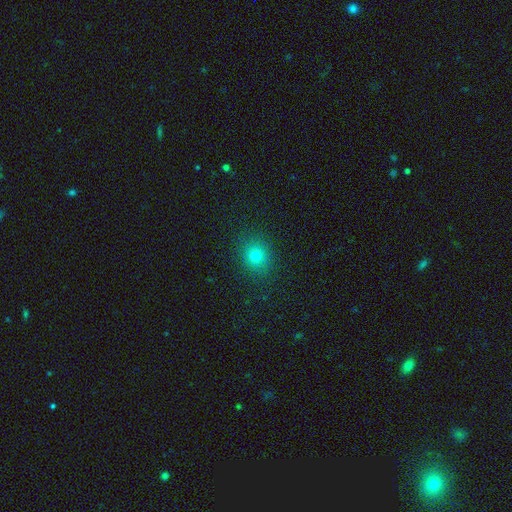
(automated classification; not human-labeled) This appears to be a smooth galaxy with no disk features (76%) that is round (74%). Merging: none (88%).